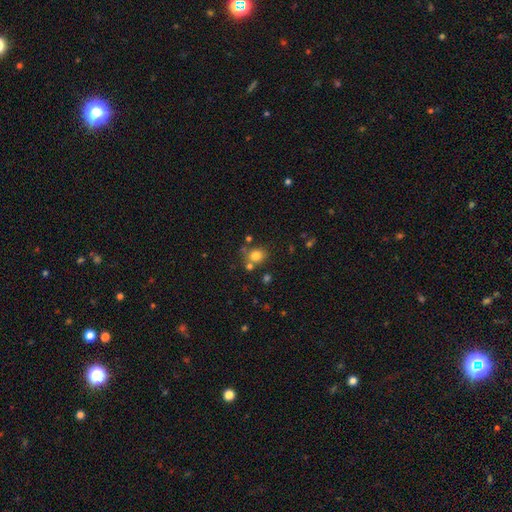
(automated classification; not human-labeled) smooth_or_featured: smooth (p=0.78) [alt: star or artifact p=0.14]
how_rounded: round (p=0.75) [alt: in between p=0.24]
merging: none (p=0.64) [alt: merger p=0.18]